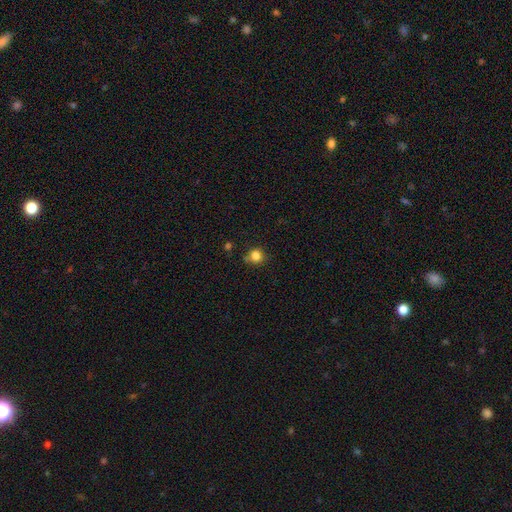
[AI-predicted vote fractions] The model was most divided on "merging": none: 74%, minor disturbance: 17%, merger: 5%, major disturbance: 4%. More confident: how rounded — round (88%); smooth or featured — smooth (82%).